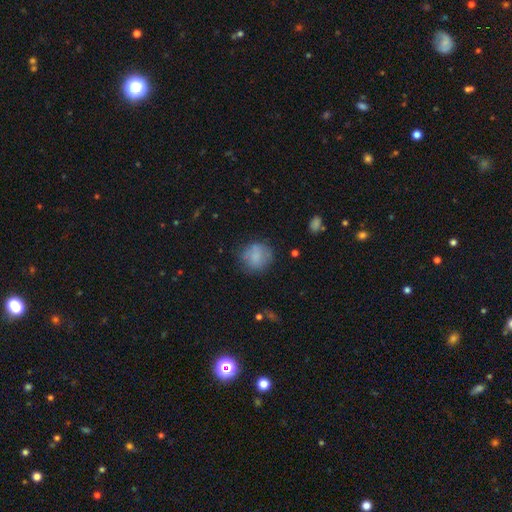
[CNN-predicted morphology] This is likely a smooth galaxy (76%). How rounded: clearly round (82%). Merging: likely none (68%).